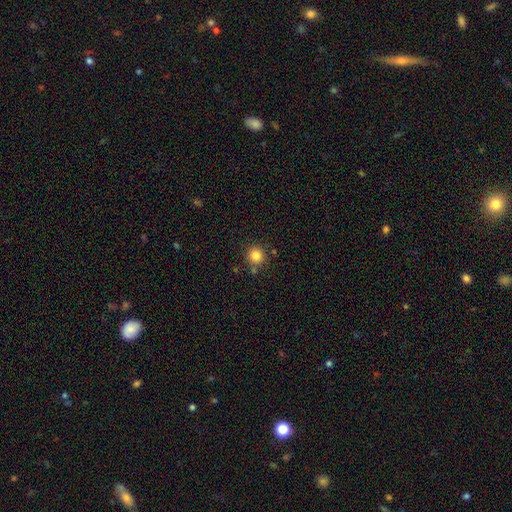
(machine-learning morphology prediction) Overall: smooth (84%). How rounded: round (91%). Merging: none (80%).